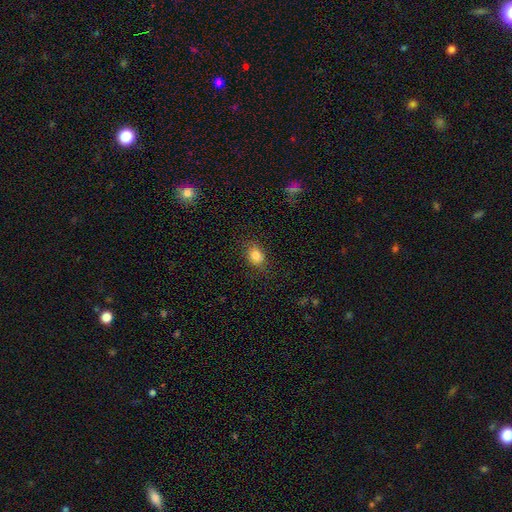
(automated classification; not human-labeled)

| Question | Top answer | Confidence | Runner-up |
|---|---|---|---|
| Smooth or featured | smooth | 82% | star or artifact (11%) |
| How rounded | in between | 64% | round (35%) |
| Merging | none | 81% | minor disturbance (14%) |